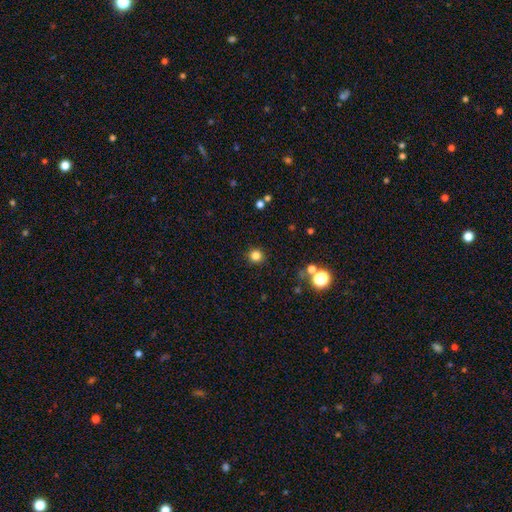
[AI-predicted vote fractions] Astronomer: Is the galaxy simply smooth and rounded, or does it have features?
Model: smooth — 82%.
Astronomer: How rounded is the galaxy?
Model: round — 94%.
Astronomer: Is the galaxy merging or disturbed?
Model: none — 90%.